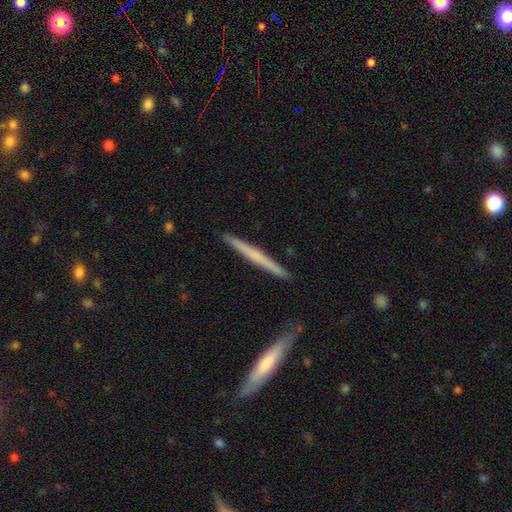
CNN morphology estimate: Overall: smooth (49%; featured or disk 46%). Merging: none (89%).